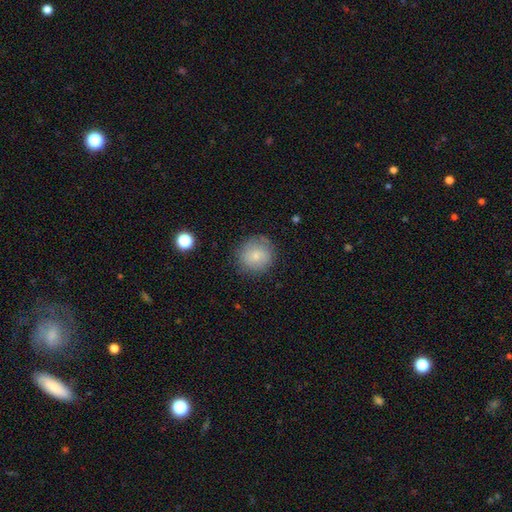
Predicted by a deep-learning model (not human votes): Smooth or featured? Predicted: smooth (p=0.78). How rounded? Predicted: round (p=0.91). Merging? Predicted: none (p=0.79).